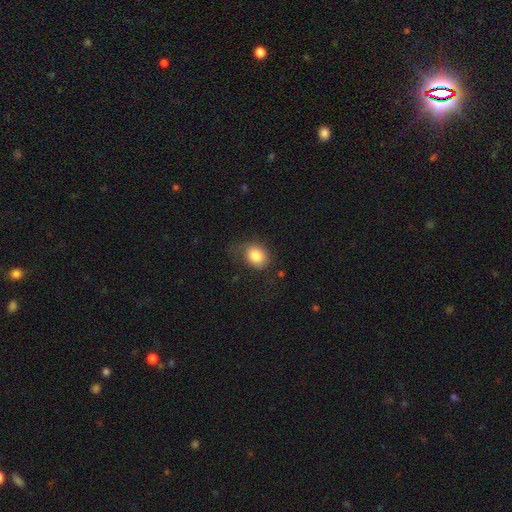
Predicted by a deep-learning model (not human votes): Overall: smooth (81%). How rounded: round (52%; in between 47%). Merging: none (54%; minor disturbance 26%).